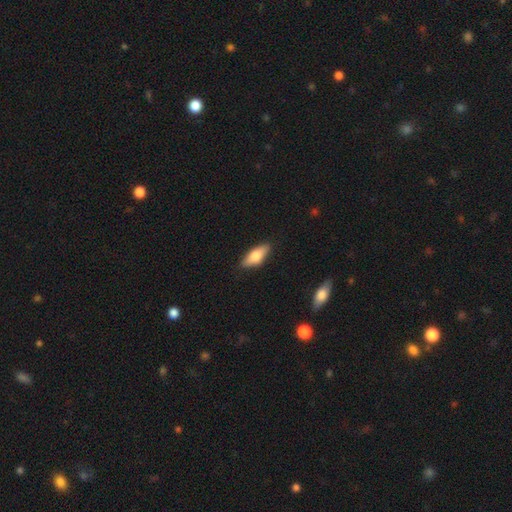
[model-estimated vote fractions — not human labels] Overall: smooth (70%). How rounded: in between (73%). Merging: none (86%).